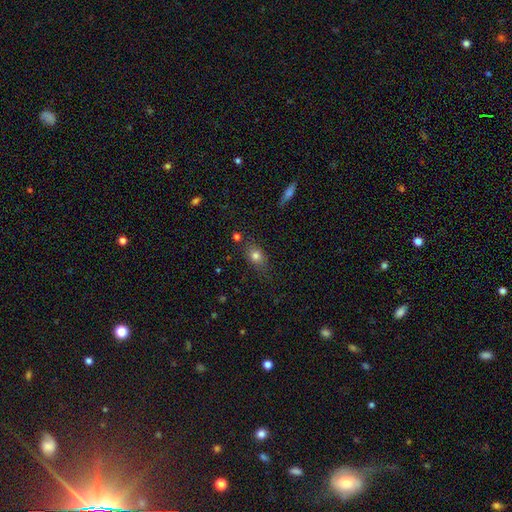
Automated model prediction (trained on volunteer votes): Smooth or featured? smooth (77%)
How rounded? in between (61%)
Merging? none (72%)